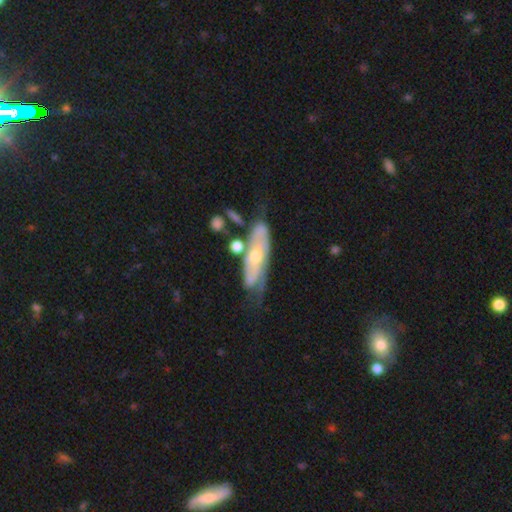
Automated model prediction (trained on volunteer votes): smooth-or-featured: featured or disk: 65% | smooth: 28% | star or artifact: 6%
  disk-edge-on: no: 75% | yes: 25%
  merging: none: 44% | minor disturbance: 27% | major disturbance: 16% | merger: 12%